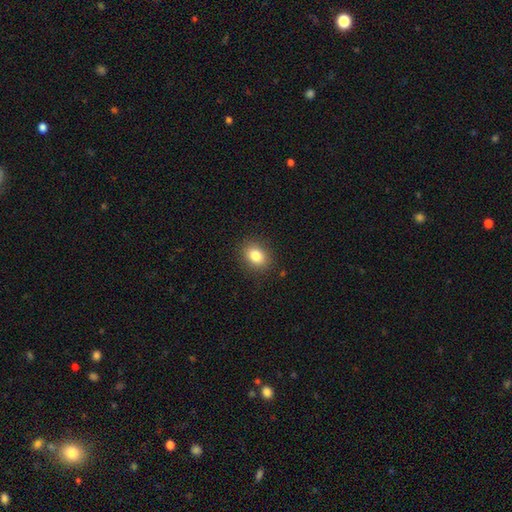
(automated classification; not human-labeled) smooth_or_featured: smooth (p=0.83) [alt: star or artifact p=0.10]
how_rounded: in between (p=0.59) [alt: round p=0.40]
merging: none (p=0.88) [alt: minor disturbance p=0.09]